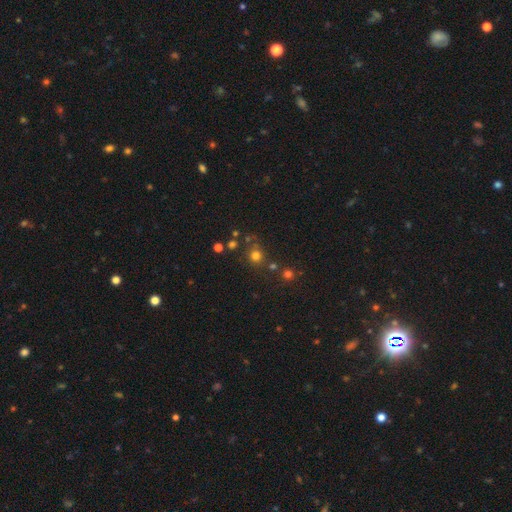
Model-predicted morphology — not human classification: The model was most divided on "smooth or featured": smooth: 71%, star or artifact: 21%, featured or disk: 7%. More confident: how rounded — round (87%); merging — none (72%).